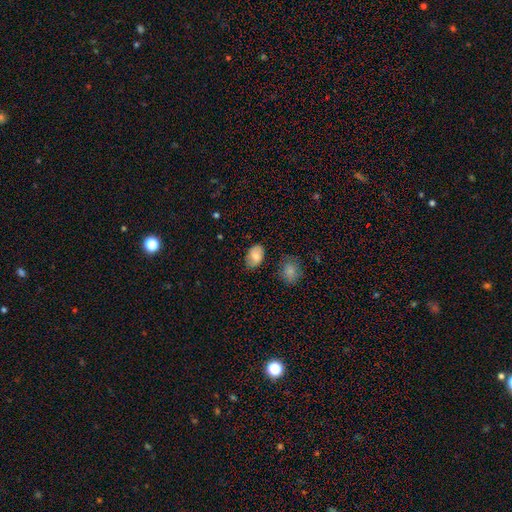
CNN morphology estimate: A smooth galaxy with no disk features (74%) that is in between round and cigar-shaped (86%). Merging: none (76%).